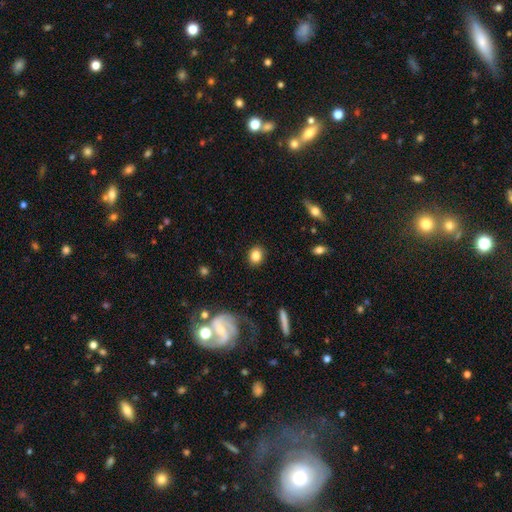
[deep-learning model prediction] Morphology: type=smooth (84%); roundness=round (60%); merging=none (89%).